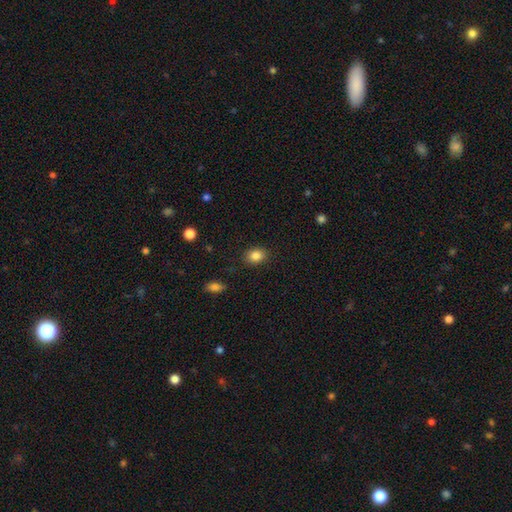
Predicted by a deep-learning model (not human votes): This appears to be a smooth galaxy with no disk features (85%) that is in between round and cigar-shaped (64%). Merging: none (87%).